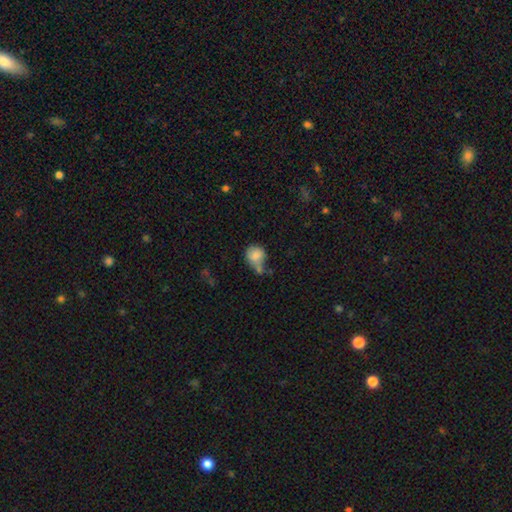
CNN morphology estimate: This is clearly a smooth galaxy (80%). How rounded: likely round (73%). Merging: marginally none (36%).